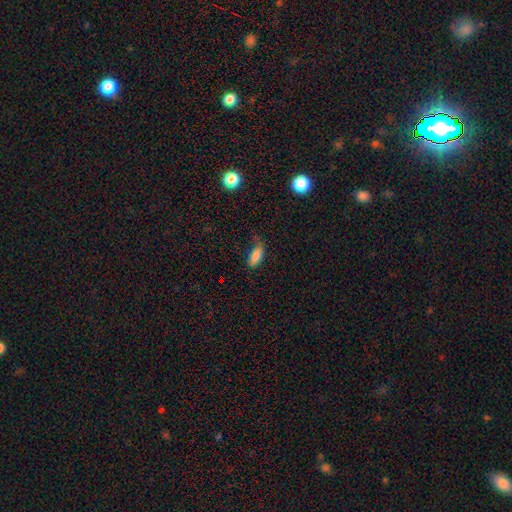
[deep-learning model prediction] This appears to be a smooth galaxy with no disk features (84%) that is in between round and cigar-shaped (78%). Merging: none (59%).